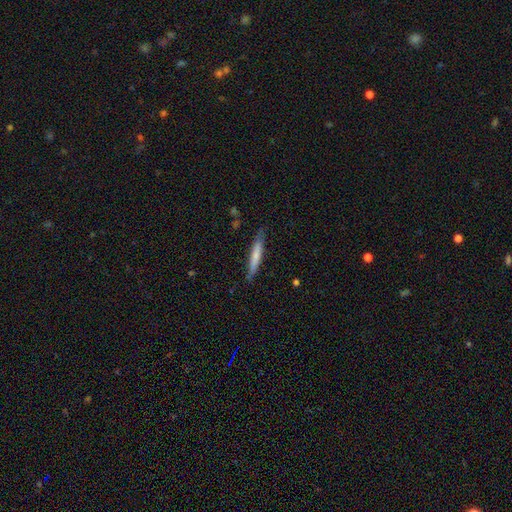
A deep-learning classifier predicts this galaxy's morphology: smooth_or_featured: smooth (p=0.66) [alt: featured or disk p=0.28]
how_rounded: cigar-shaped (p=0.93) [alt: in between p=0.06]
merging: none (p=0.82) [alt: minor disturbance p=0.14]